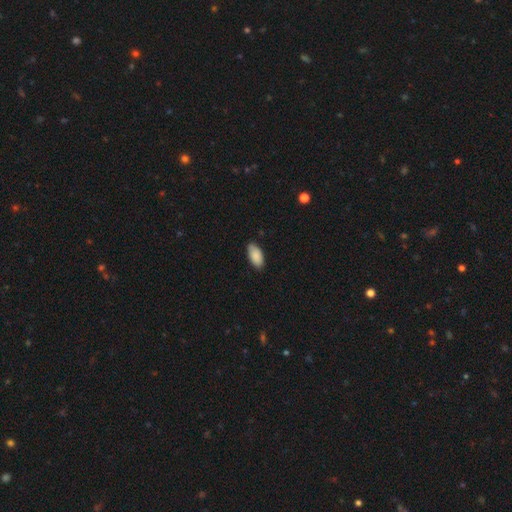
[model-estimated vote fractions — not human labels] Smooth or featured? smooth (89%)
How rounded? in between (94%)
Merging? none (82%)